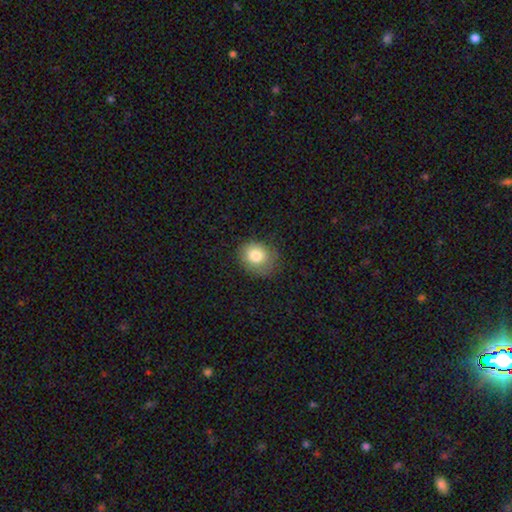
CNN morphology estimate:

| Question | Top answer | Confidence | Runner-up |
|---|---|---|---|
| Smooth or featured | smooth | 81% | featured or disk (10%) |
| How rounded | round | 67% | in between (32%) |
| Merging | none | 72% | minor disturbance (21%) |